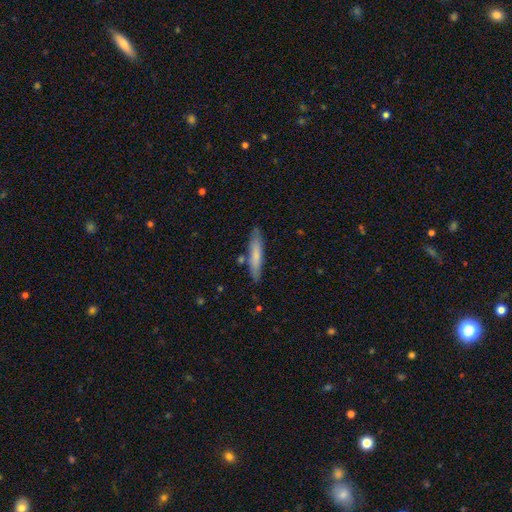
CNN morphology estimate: smooth_or_featured: smooth (p=0.70) [alt: featured or disk p=0.24]
how_rounded: cigar-shaped (p=0.89) [alt: in between p=0.10]
merging: none (p=0.82) [alt: minor disturbance p=0.12]